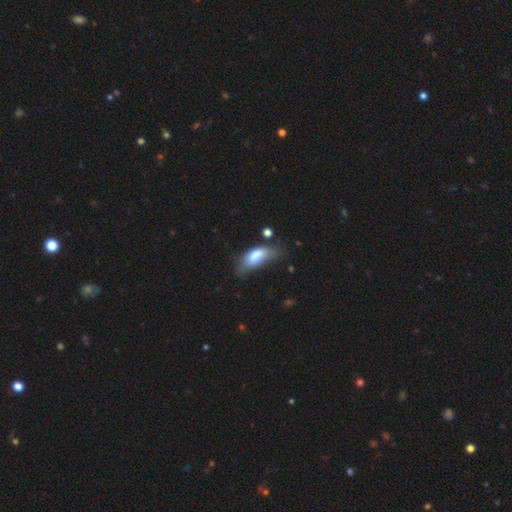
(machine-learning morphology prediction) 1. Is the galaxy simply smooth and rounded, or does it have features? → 74% smooth, 18% featured or disk, 8% star or artifact.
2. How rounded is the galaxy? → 82% in between, 16% cigar-shaped, 3% round.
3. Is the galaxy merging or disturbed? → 37% minor disturbance, 29% none, 26% major disturbance, 8% merger.